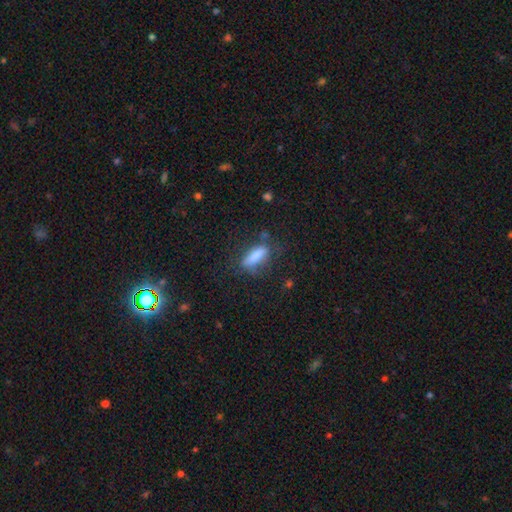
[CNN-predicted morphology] Smooth or featured?
  - smooth: 75% *
  - featured or disk: 16%
  - star or artifact: 9%
How rounded?
  - in between: 49% *
  - cigar-shaped: 48%
  - round: 3%
Merging?
  - none: 69% *
  - minor disturbance: 19%
  - major disturbance: 9%
  - merger: 3%